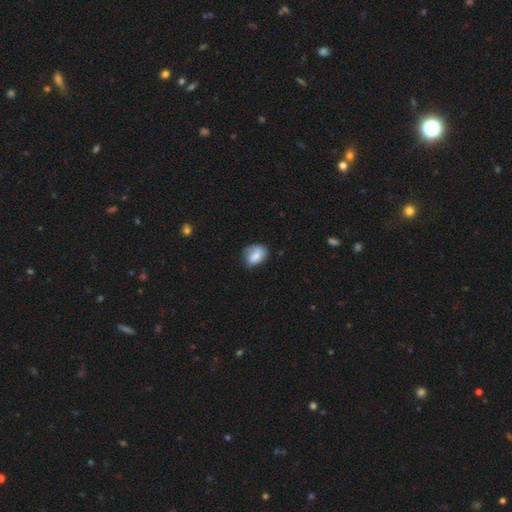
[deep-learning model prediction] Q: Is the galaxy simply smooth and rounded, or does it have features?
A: smooth — 73%.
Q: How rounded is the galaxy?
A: in between — 70%.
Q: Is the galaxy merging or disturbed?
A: none — 49%.